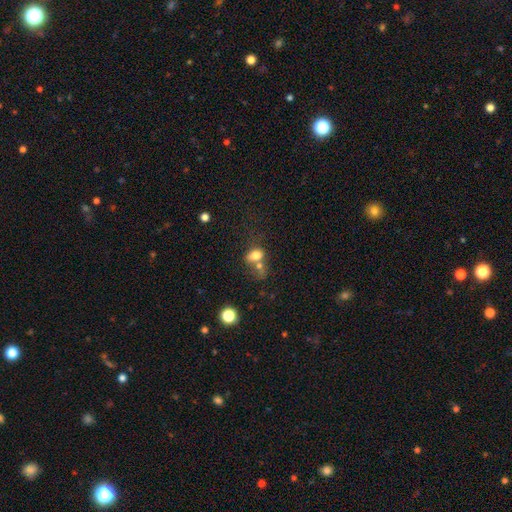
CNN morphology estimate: type=smooth (74%); roundness=in between (72%); merging=merger (47%).